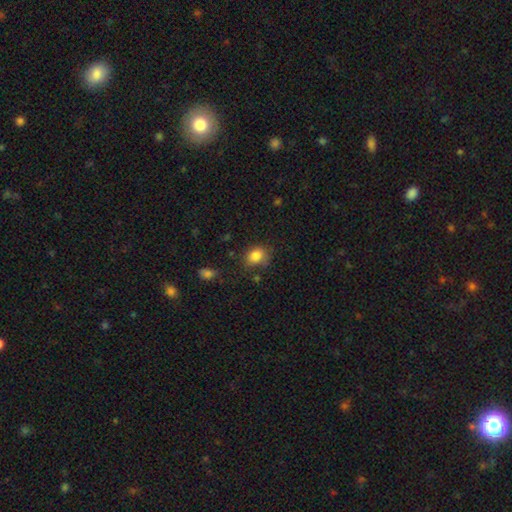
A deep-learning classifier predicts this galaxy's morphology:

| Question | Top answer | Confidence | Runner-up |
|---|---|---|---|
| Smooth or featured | smooth | 83% | star or artifact (10%) |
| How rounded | in between | 53% | round (46%) |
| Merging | none | 69% | minor disturbance (22%) |